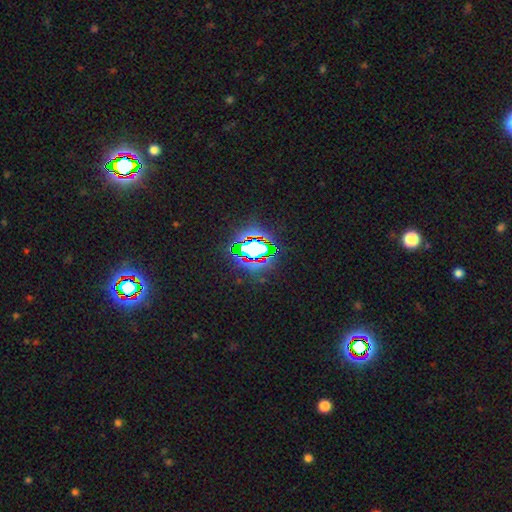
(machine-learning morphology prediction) Q: Smooth or featured?
A: star or artifact (82%); runner-up: smooth (10%)